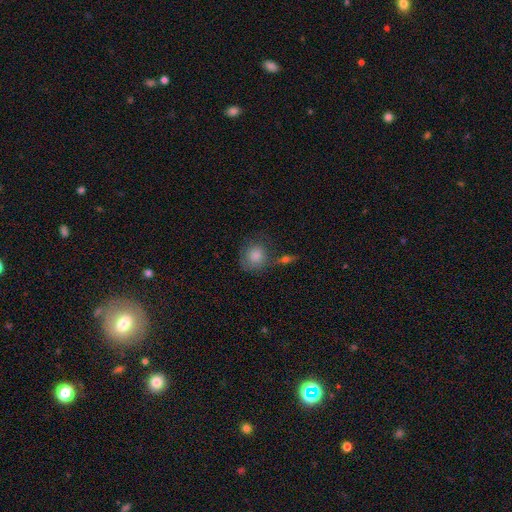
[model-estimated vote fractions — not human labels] Smooth or featured? smooth (82%)
How rounded? round (80%)
Merging? none (57%)